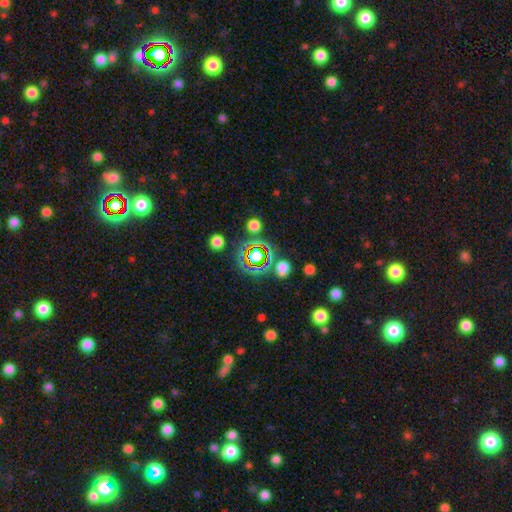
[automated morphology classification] A star or artifact, not a galaxy (49%).

Vote fractions:
- Smooth or featured? star or artifact: 49% / smooth: 35% / featured or disk: 17%